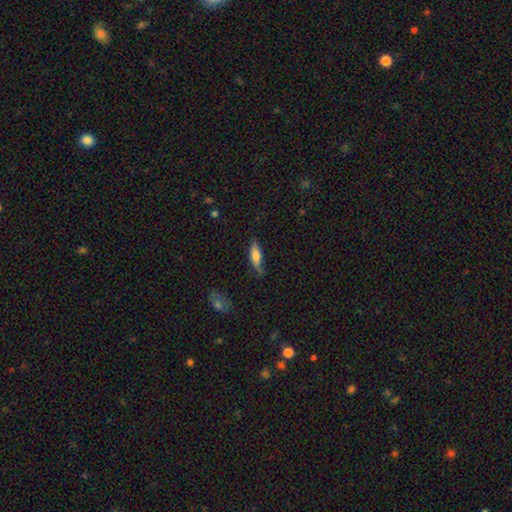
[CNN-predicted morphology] Overall: smooth (74%). How rounded: cigar-shaped (50%; in between 48%). Merging: none (64%; minor disturbance 26%).